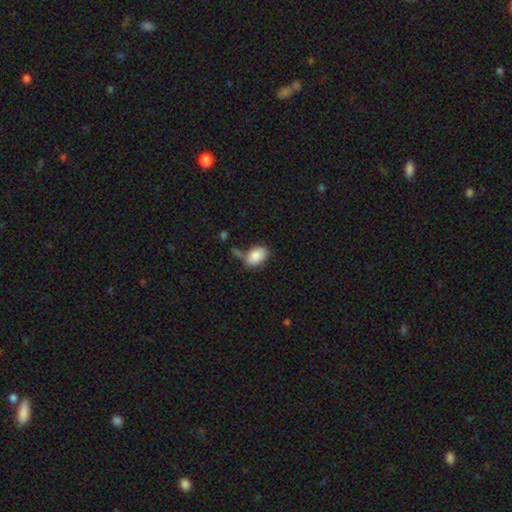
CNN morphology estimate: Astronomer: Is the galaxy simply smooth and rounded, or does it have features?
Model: smooth — 86%.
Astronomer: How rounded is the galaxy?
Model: in between — 91%.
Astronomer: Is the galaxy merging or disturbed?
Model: none — 54%.